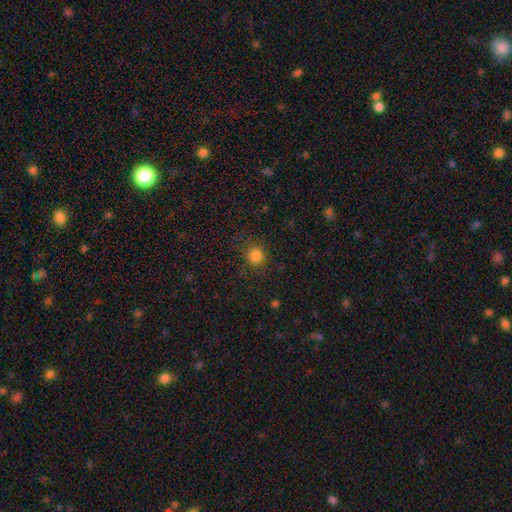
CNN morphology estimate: type=smooth (83%); roundness=round (87%); merging=none (84%).